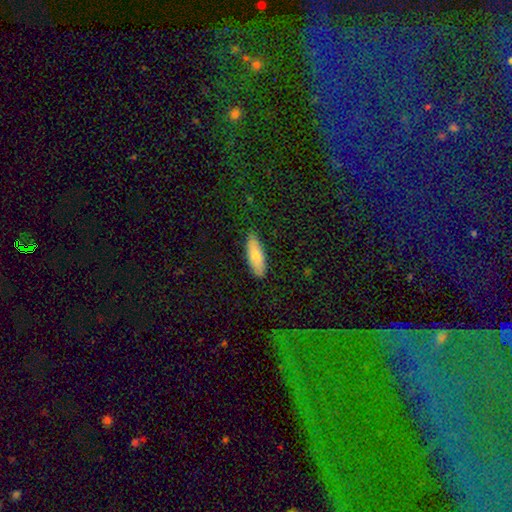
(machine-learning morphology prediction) This is likely a smooth galaxy (79%). How rounded: likely in between (65%). Merging: clearly none (83%).